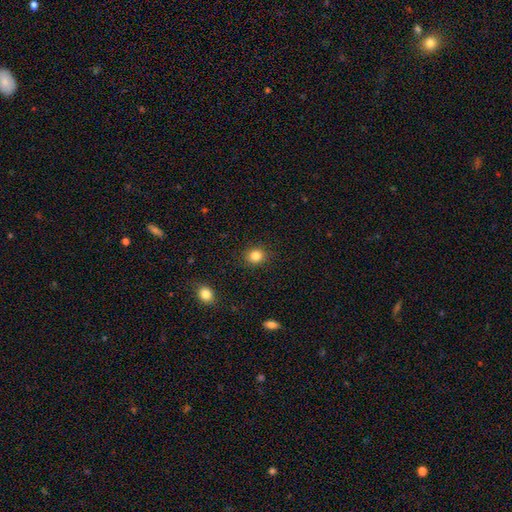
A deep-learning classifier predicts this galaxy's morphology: Q: Smooth or featured?
A: smooth (84%); runner-up: star or artifact (11%)
Q: How rounded?
A: round (76%); runner-up: in between (23%)
Q: Merging?
A: none (89%); runner-up: minor disturbance (8%)